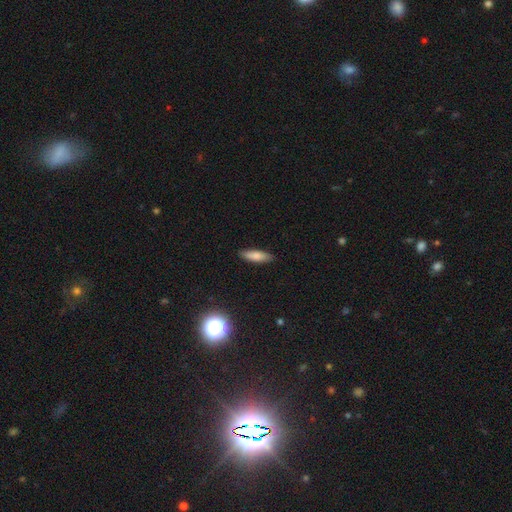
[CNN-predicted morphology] Smooth or featured: smooth — 80% (featured or disk — 13%)
How rounded: cigar-shaped — 54% (in between — 44%)
Merging: none — 87% (minor disturbance — 10%)